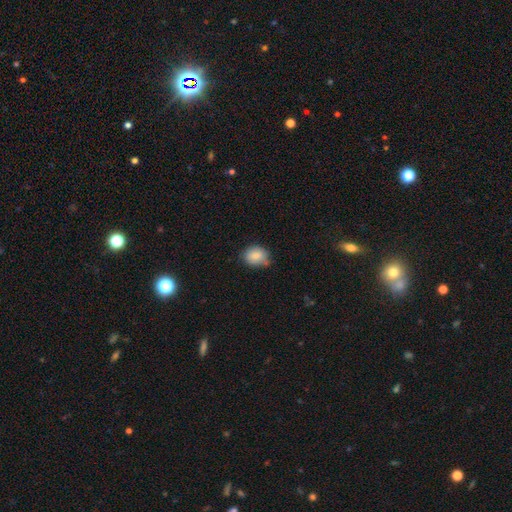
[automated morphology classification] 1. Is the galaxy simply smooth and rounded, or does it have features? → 84% smooth, 8% star or artifact, 8% featured or disk.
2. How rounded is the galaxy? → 50% round, 49% in between, 1% cigar-shaped.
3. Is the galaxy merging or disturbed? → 68% none, 23% minor disturbance, 5% merger, 4% major disturbance.